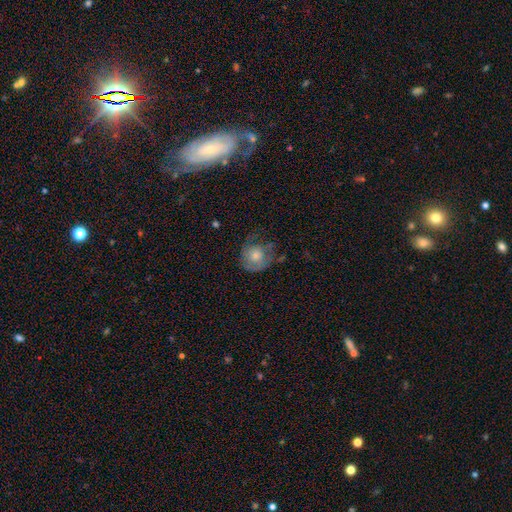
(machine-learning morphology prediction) This is possibly a smooth galaxy (60%). How rounded: clearly round (80%). Merging: marginally none (43%).